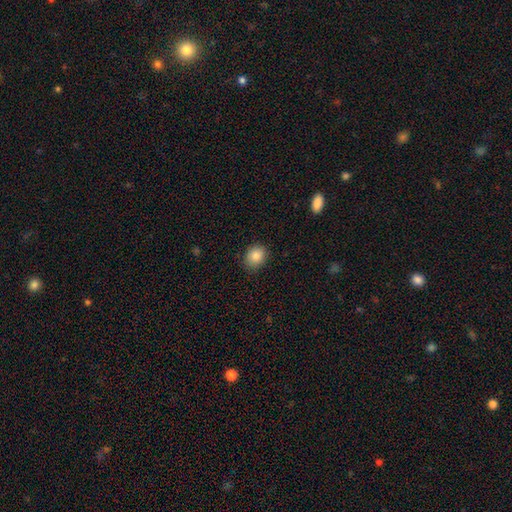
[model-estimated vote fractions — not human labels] Smooth or featured?
  - smooth: 87% *
  - star or artifact: 9%
  - featured or disk: 5%
How rounded?
  - round: 55% *
  - in between: 44%
  - cigar-shaped: 1%
Merging?
  - none: 84% *
  - minor disturbance: 12%
  - major disturbance: 3%
  - merger: 1%